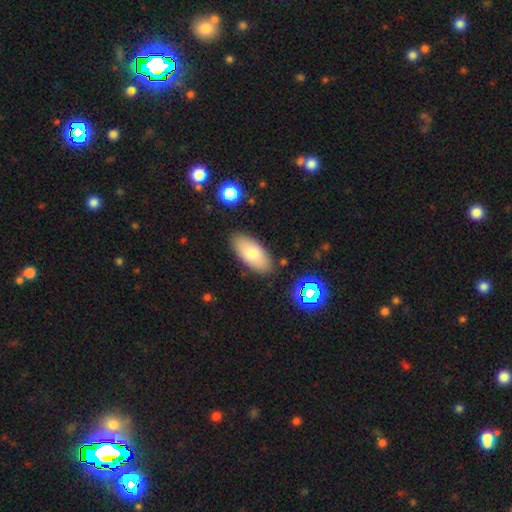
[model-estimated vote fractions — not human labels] smooth-or-featured: smooth: 69% | featured or disk: 18% | star or artifact: 13%
  how-rounded: in between: 88% | cigar-shaped: 8% | round: 4%
  merging: none: 86% | minor disturbance: 9% | merger: 2% | major disturbance: 2%